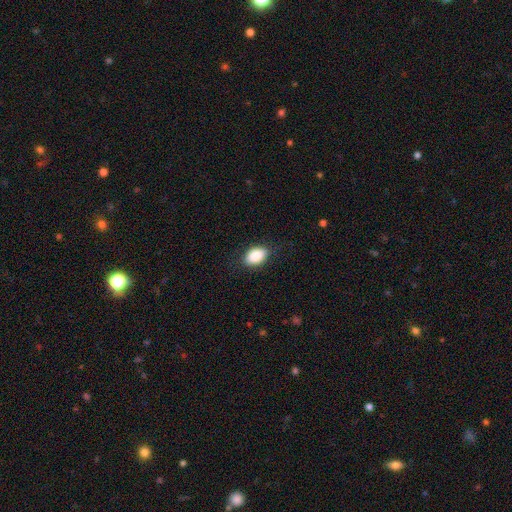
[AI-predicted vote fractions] The model was most divided on "merging": none: 82%, minor disturbance: 14%, major disturbance: 4%, merger: 1%. More confident: smooth or featured — smooth (87%); how rounded — in between (85%).